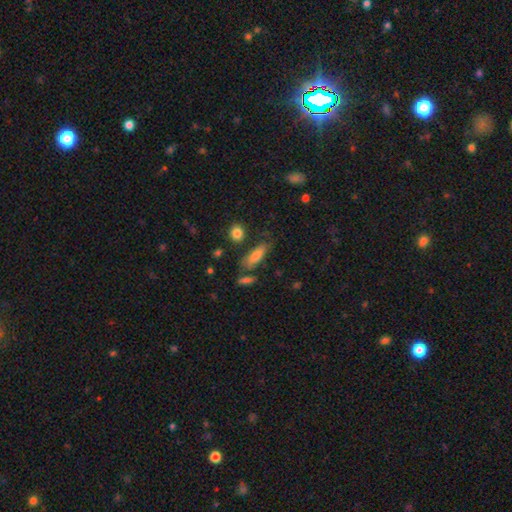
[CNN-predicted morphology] smooth-or-featured: smooth: 74% | featured or disk: 17% | star or artifact: 9%
  how-rounded: in between: 53% | cigar-shaped: 42% | round: 5%
  merging: none: 66% | minor disturbance: 19% | merger: 8% | major disturbance: 7%